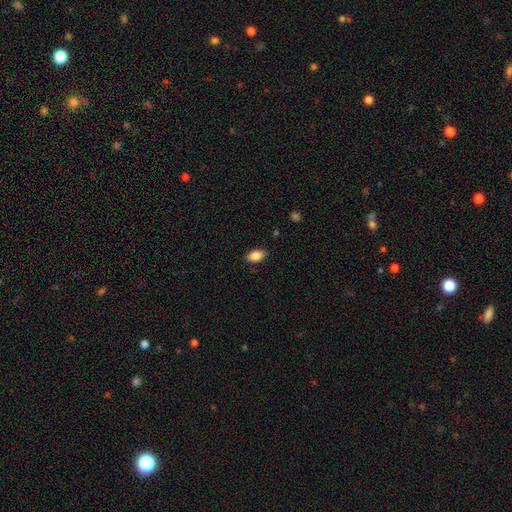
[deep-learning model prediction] Morphology: type=smooth (85%); roundness=in between (92%); merging=none (87%).